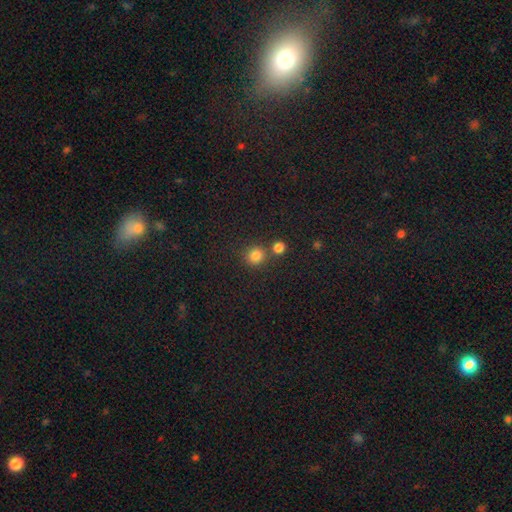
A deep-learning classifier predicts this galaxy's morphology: Q: Smooth or featured?
A: smooth (81%); runner-up: star or artifact (14%)
Q: How rounded?
A: round (90%); runner-up: in between (9%)
Q: Merging?
A: none (69%); runner-up: merger (21%)